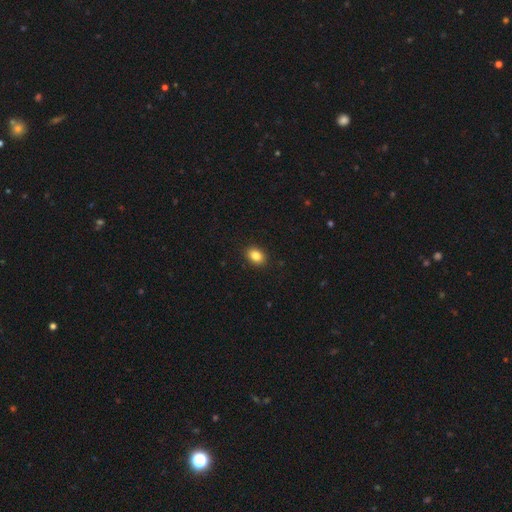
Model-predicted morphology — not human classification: type=smooth (85%); roundness=in between (69%); merging=none (91%).